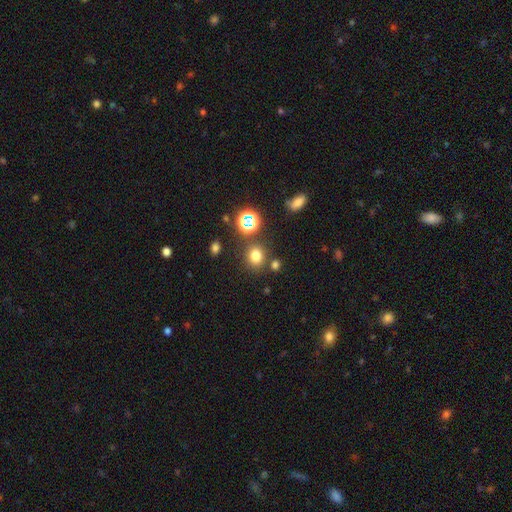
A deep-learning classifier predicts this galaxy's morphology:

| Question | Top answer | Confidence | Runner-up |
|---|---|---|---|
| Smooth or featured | smooth | 72% | star or artifact (21%) |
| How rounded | round | 73% | in between (26%) |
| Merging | none | 79% | minor disturbance (10%) |